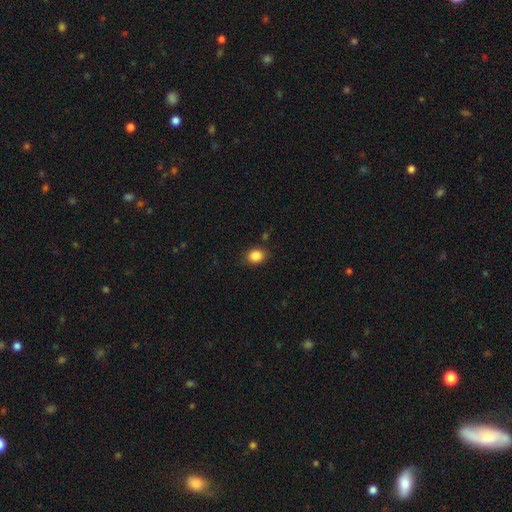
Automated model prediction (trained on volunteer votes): Overall: smooth (87%). How rounded: round (55%; in between 44%). Merging: none (84%).